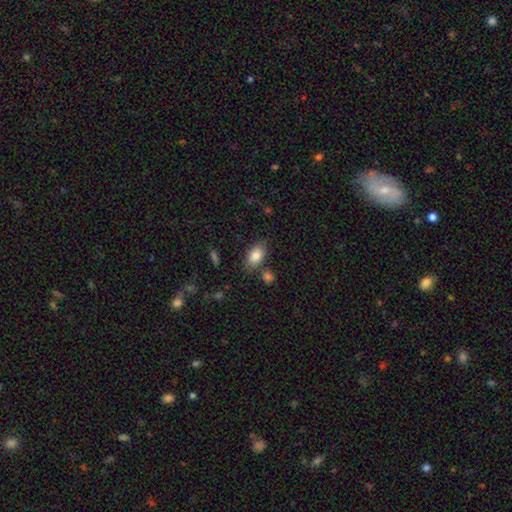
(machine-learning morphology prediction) Smooth or featured? smooth (84%)
How rounded? in between (89%)
Merging? none (74%)